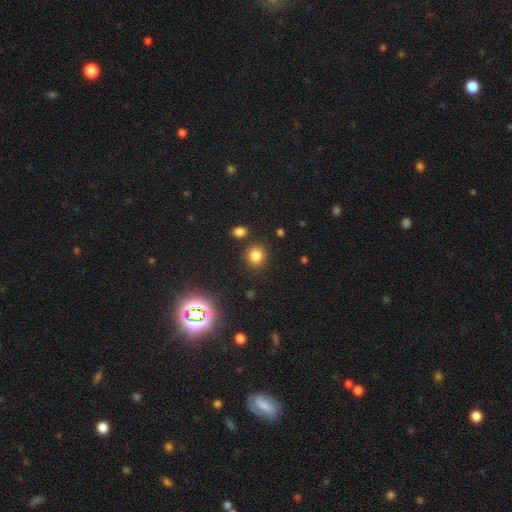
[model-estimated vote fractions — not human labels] smooth 80%, star or artifact 14%, featured or disk 5%. Down the decision tree: how rounded — round (74%); merging — none (84%).